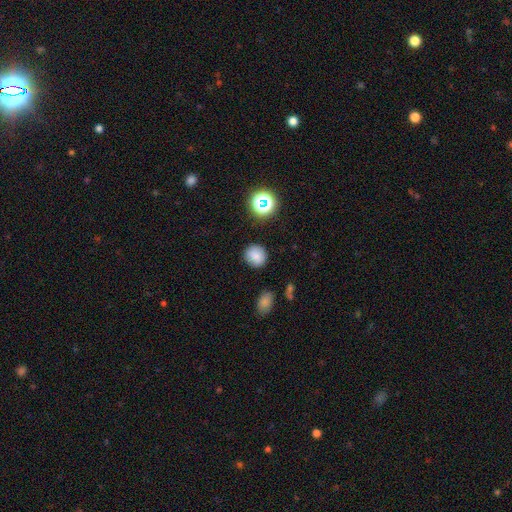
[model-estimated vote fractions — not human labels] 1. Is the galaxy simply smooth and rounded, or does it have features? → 82% smooth, 13% star or artifact, 6% featured or disk.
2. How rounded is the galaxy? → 82% round, 17% in between, 1% cigar-shaped.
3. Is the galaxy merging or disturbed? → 87% none, 9% minor disturbance, 3% major disturbance, 2% merger.